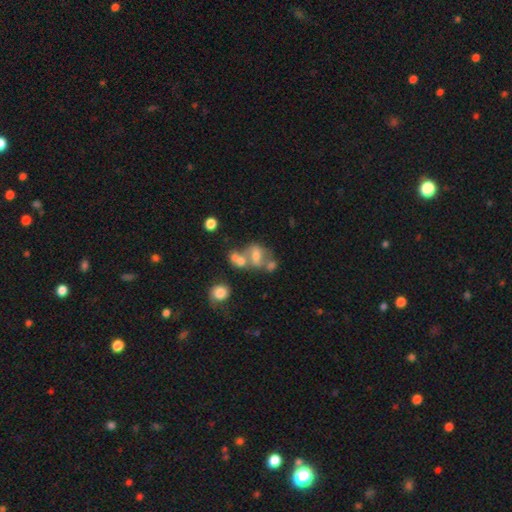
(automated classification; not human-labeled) Smooth or featured? smooth (44%)
Merging? merger (49%)